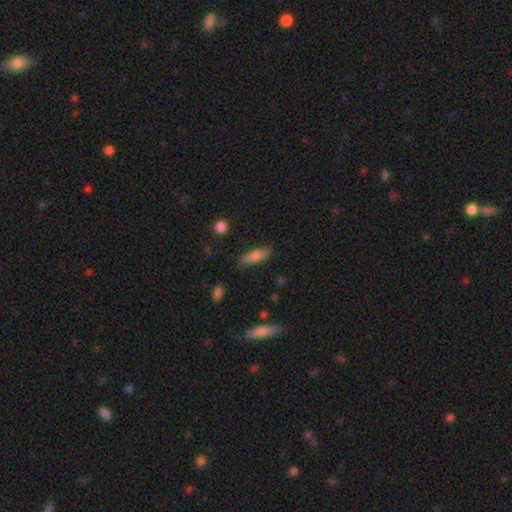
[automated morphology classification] Smooth or featured: smooth — 72% (featured or disk — 21%)
How rounded: in between — 61% (cigar-shaped — 36%)
Merging: none — 78% (minor disturbance — 17%)